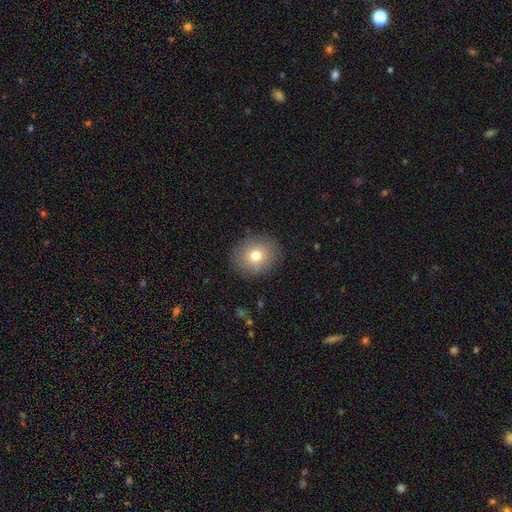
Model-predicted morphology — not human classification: A smooth galaxy with no disk features (77%) that is round (66%). Merging: none (88%).